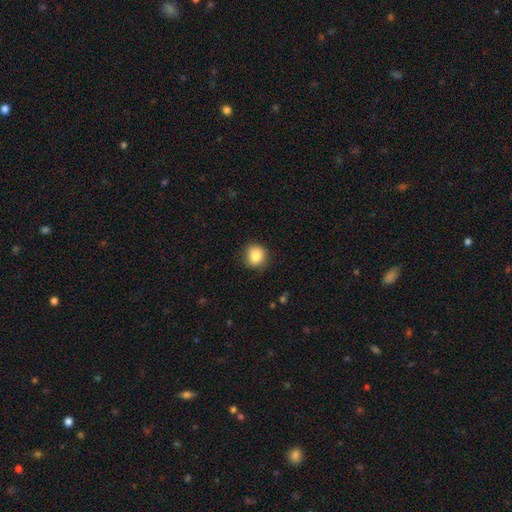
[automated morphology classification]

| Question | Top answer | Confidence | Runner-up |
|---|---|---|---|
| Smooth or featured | smooth | 85% | star or artifact (9%) |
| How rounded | round | 83% | in between (16%) |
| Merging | none | 84% | minor disturbance (12%) |